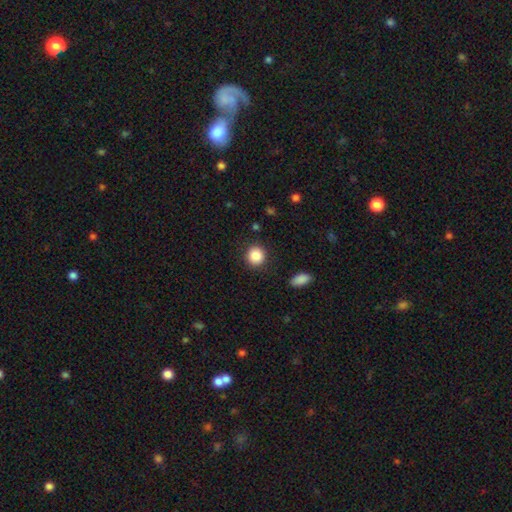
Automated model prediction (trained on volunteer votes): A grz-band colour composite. It shows a smooth galaxy with no disk features (87%) that is round (88%). Merging: none (89%).